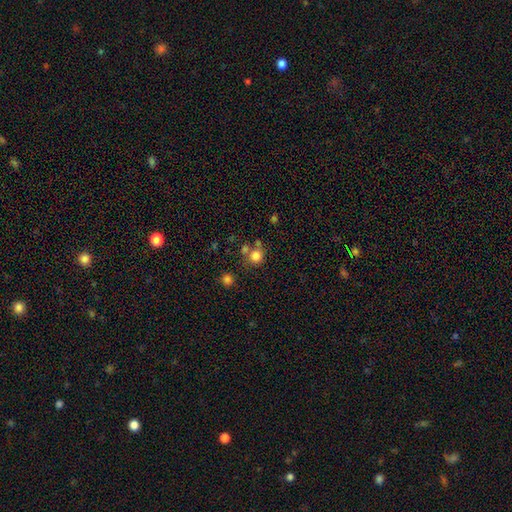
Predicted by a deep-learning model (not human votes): Smooth or featured?
  - smooth: 79% *
  - star or artifact: 13%
  - featured or disk: 7%
How rounded?
  - round: 89% *
  - in between: 10%
  - cigar-shaped: 1%
Merging?
  - none: 61% *
  - merger: 25%
  - minor disturbance: 9%
  - major disturbance: 5%